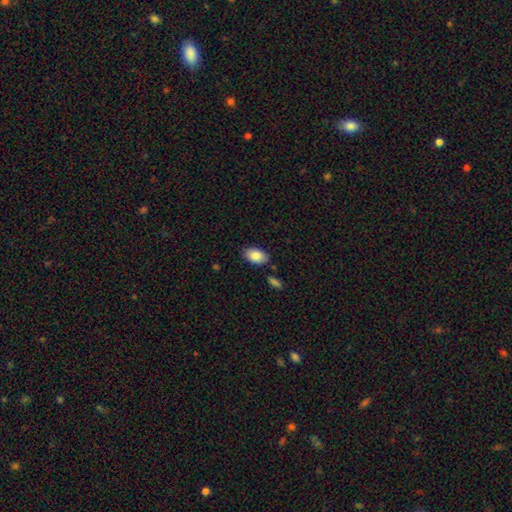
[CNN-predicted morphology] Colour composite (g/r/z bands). It shows a smooth galaxy with no disk features (87%) that is in between round and cigar-shaped (92%). Merging: none (81%).